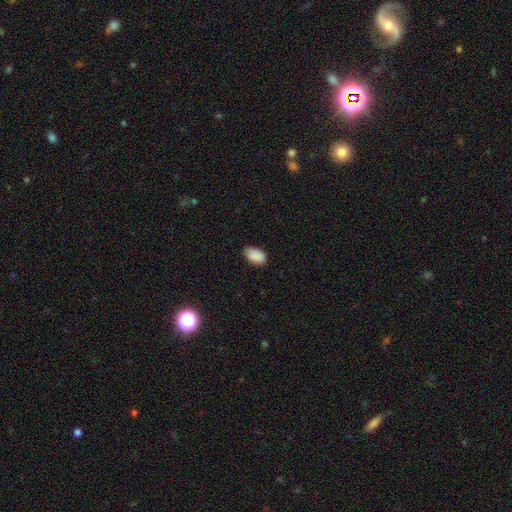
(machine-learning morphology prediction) This is clearly a smooth galaxy (89%). How rounded: clearly in between (92%). Merging: likely none (78%).